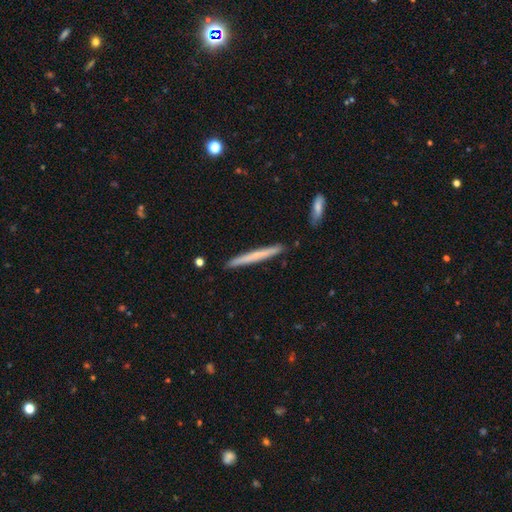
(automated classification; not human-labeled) Morphology: type=smooth (58%); roundness=cigar-shaped (97%); merging=none (90%).